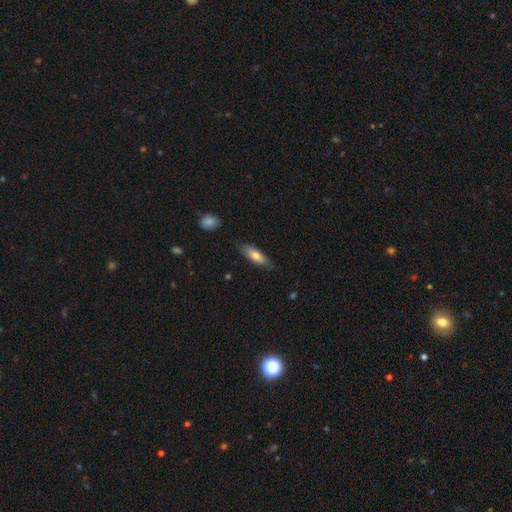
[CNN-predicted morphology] smooth_or_featured: smooth (p=0.73) [alt: featured or disk p=0.21]
how_rounded: in between (p=0.56) [alt: cigar-shaped p=0.42]
merging: none (p=0.79) [alt: minor disturbance p=0.17]